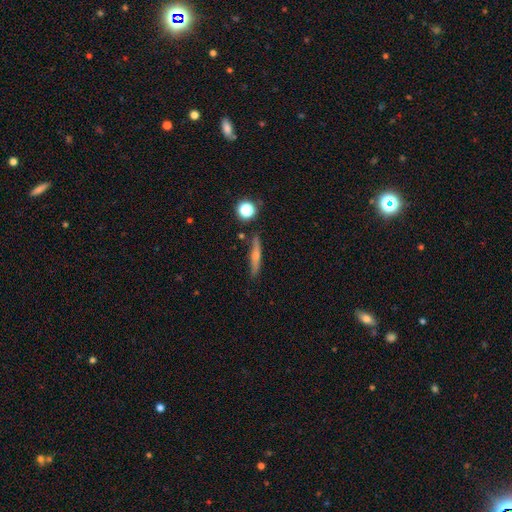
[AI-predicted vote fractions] The model was most divided on "smooth or featured": featured or disk: 47%, smooth: 45%, star or artifact: 9%. More confident: merging — none (84%).